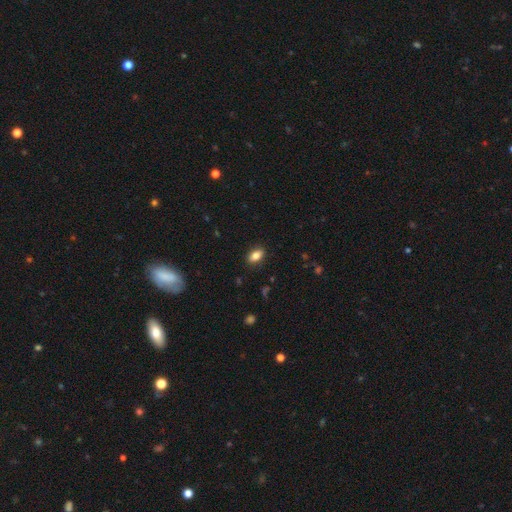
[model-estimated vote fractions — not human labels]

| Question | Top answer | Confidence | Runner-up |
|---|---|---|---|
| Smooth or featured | smooth | 84% | star or artifact (9%) |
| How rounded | in between | 88% | round (10%) |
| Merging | none | 87% | minor disturbance (9%) |